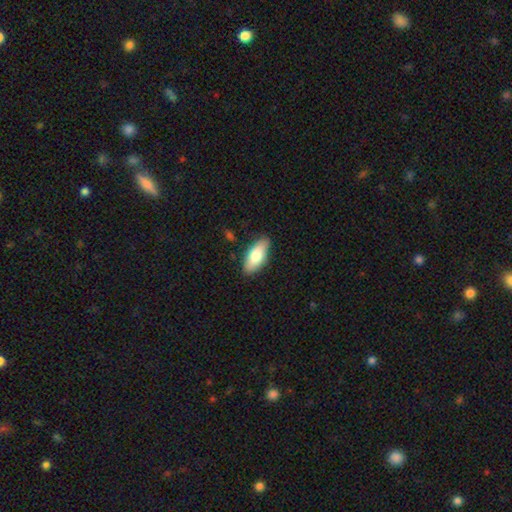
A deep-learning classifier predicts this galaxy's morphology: This appears to be a smooth galaxy with no disk features (78%) that is in between round and cigar-shaped (83%). Merging: none (86%).